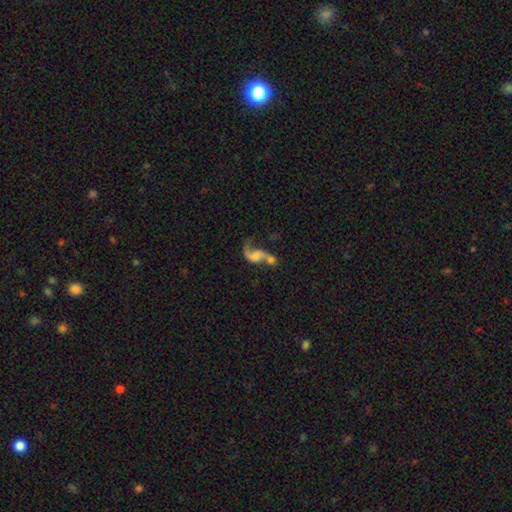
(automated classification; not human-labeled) smooth-or-featured: featured or disk: 68% | smooth: 23% | star or artifact: 10%
  disk-edge-on: no: 96% | yes: 4%
    bar: no: 61% | weak: 31% | strong: 8%
    has-spiral-arms: yes: 83% | no: 17%
      spiral-winding: loose: 84% | medium: 13% | tight: 3%
      spiral-arm-count: 2: 71% | 1: 23% | can't tell: 3% | 3: 1% | 4: 1% | more than 4: 1%
    bulge-size: none: 38% | small: 28% | moderate: 22% | large: 9% | dominant: 3%
  merging: merger: 54% | none: 20% | major disturbance: 16% | minor disturbance: 10%